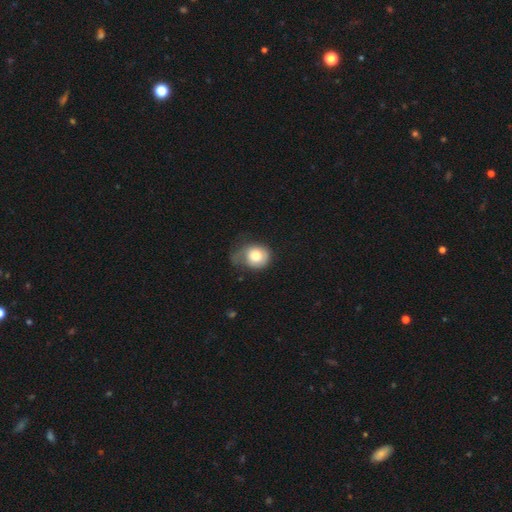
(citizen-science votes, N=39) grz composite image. It shows a smooth galaxy with no disk features (77%) that is round (73%). Merging: major disturbance (39%).